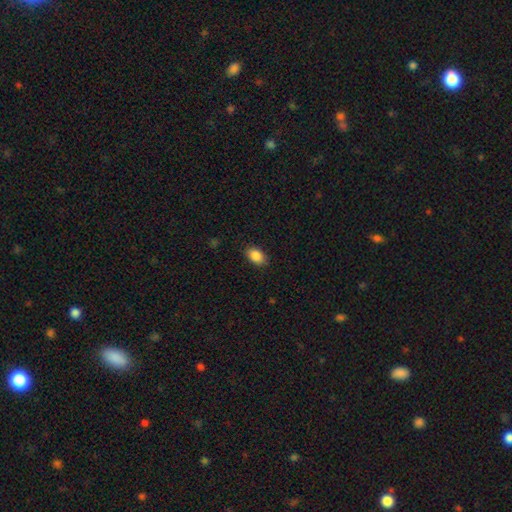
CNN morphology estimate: This is clearly a smooth galaxy (89%). How rounded: clearly in between (87%). Merging: clearly none (86%).